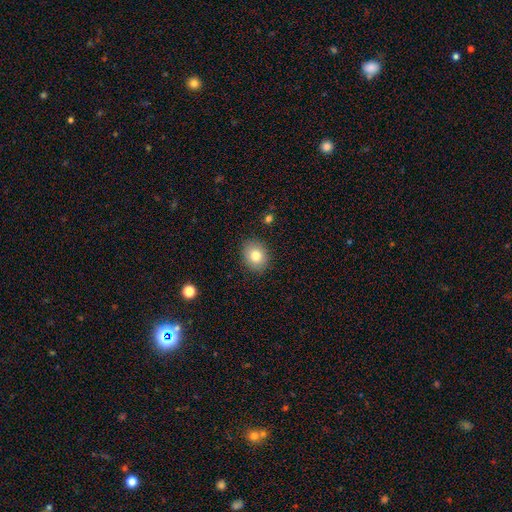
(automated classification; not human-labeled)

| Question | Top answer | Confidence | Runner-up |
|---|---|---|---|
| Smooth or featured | smooth | 80% | featured or disk (10%) |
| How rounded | round | 62% | in between (38%) |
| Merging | none | 88% | minor disturbance (9%) |